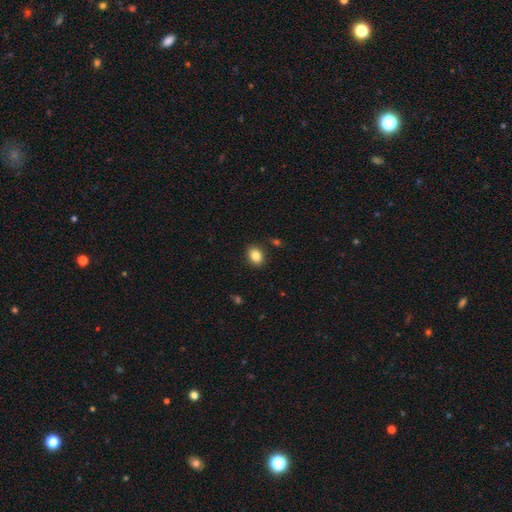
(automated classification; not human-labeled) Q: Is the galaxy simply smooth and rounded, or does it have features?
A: smooth — 86%.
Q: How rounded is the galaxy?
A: in between — 64%.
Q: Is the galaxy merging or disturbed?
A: none — 88%.